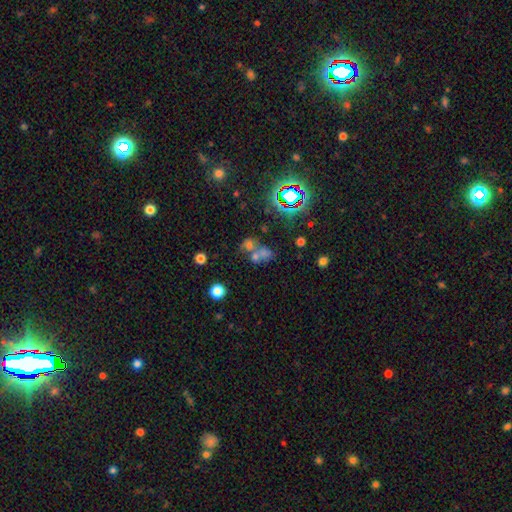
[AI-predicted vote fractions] smooth-or-featured: smooth: 49% | star or artifact: 34% | featured or disk: 18%
  merging: merger: 54% | none: 32% | minor disturbance: 8% | major disturbance: 7%